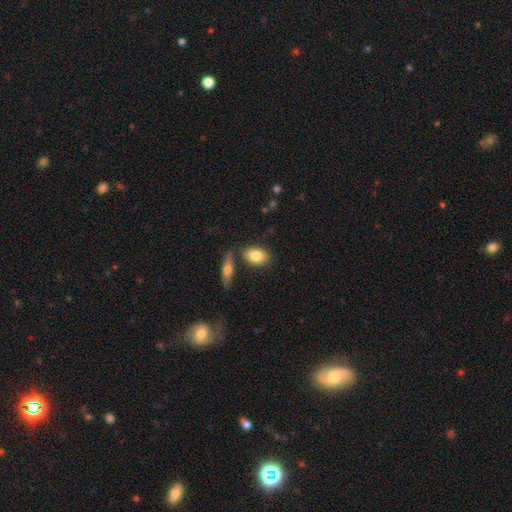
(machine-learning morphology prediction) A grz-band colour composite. It shows a smooth galaxy with no disk features (81%) that is in between round and cigar-shaped (84%). Merging: none (76%).